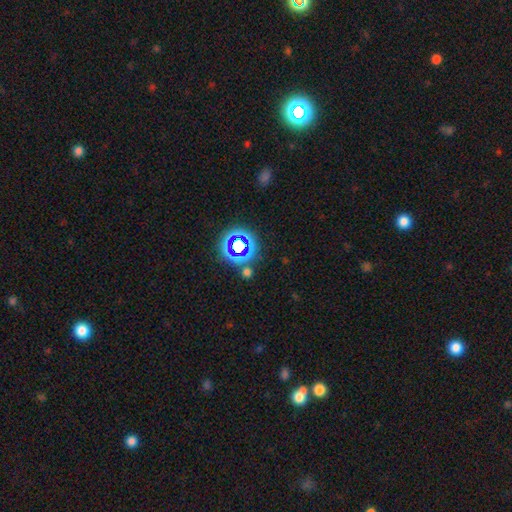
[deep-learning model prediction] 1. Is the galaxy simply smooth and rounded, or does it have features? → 52% star or artifact, 35% smooth, 13% featured or disk.